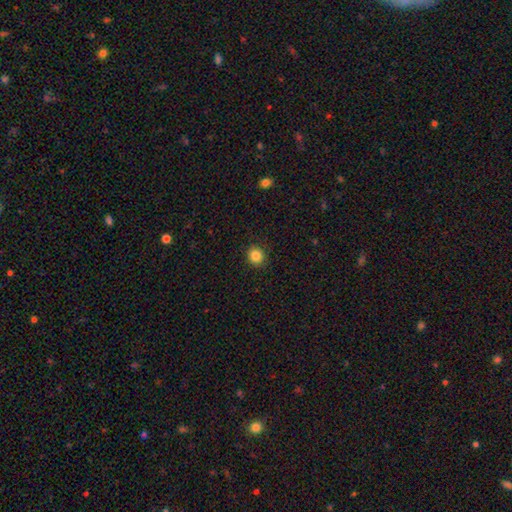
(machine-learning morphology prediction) smooth_or_featured: smooth (p=0.85) [alt: star or artifact p=0.11]
how_rounded: round (p=0.86) [alt: in between p=0.13]
merging: none (p=0.91) [alt: minor disturbance p=0.06]